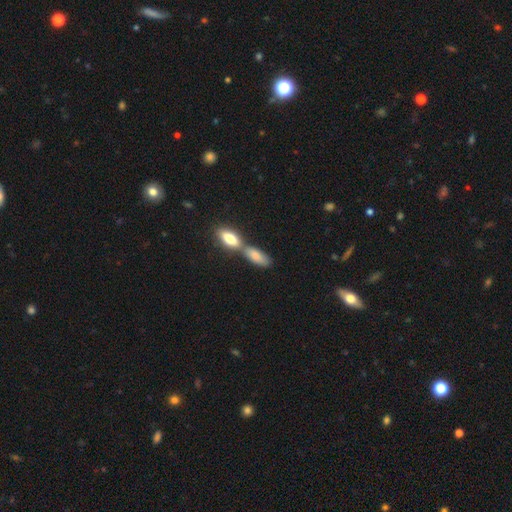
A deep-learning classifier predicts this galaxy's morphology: This is likely a smooth galaxy (78%). How rounded: likely in between (75%). Merging: possibly merger (51%).